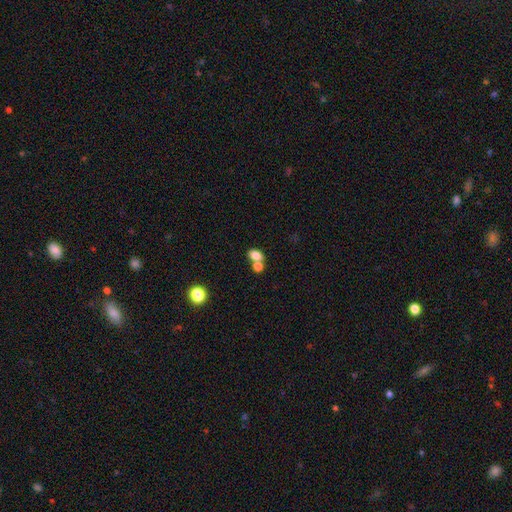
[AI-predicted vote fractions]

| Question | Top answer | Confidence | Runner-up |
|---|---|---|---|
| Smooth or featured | smooth | 80% | star or artifact (11%) |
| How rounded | in between | 71% | round (27%) |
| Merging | merger | 44% | tied: none (44%) |